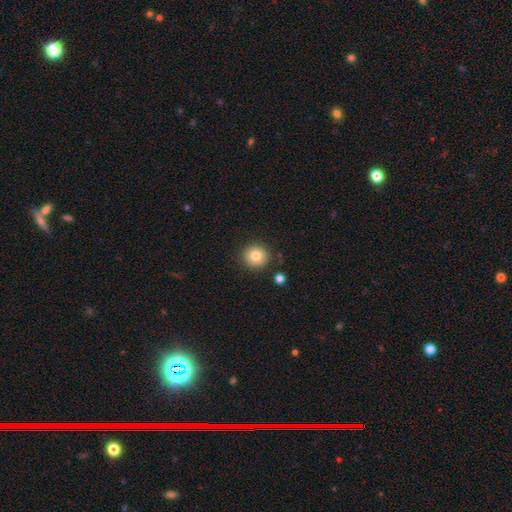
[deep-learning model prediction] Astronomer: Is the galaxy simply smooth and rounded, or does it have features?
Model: smooth — 81%.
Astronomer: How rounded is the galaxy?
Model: round — 90%.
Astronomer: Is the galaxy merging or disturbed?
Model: none — 87%.